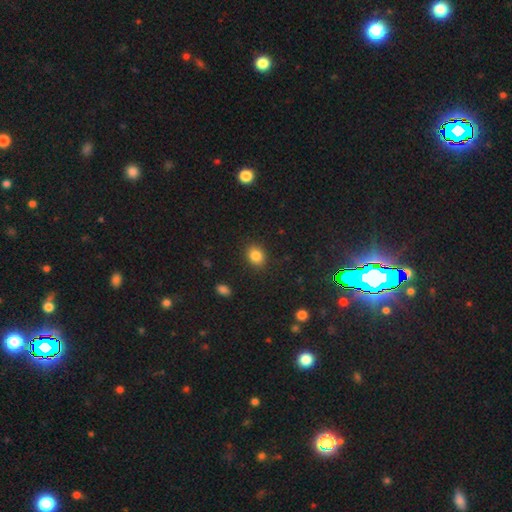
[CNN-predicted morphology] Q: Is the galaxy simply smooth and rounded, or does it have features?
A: smooth — 84%.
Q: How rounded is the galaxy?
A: round — 50%.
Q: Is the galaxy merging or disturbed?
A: none — 88%.